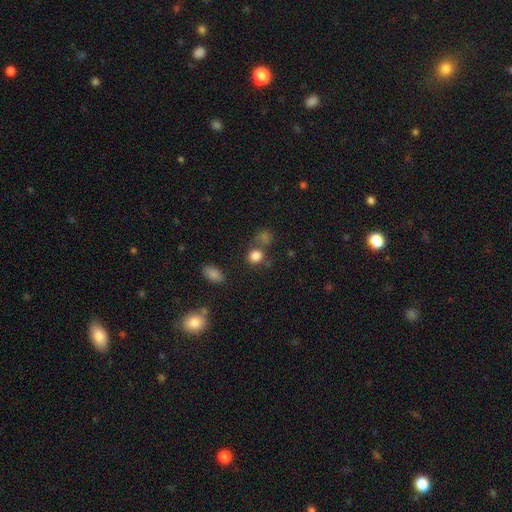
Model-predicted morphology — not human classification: Smooth or featured: smooth — 82% (star or artifact — 12%)
How rounded: round — 78% (in between — 21%)
Merging: none — 62% (merger — 20%)